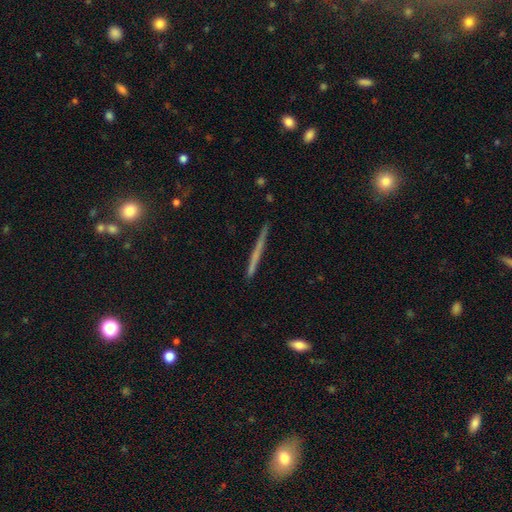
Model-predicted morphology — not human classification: type=featured or disk (51%); edge-on=yes (97%); merging=none (90%).